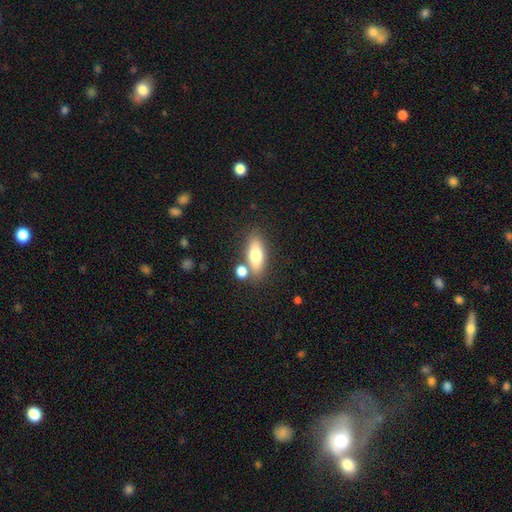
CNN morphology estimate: smooth-or-featured: smooth: 70% | featured or disk: 23% | star or artifact: 8%
  how-rounded: in between: 67% | cigar-shaped: 27% | round: 5%
  merging: none: 69% | merger: 16% | minor disturbance: 12% | major disturbance: 4%